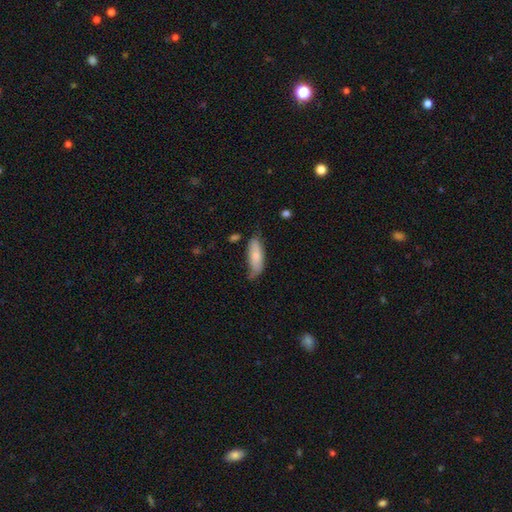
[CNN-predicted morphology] Smooth or featured? smooth (75%)
How rounded? in between (71%)
Merging? none (53%)